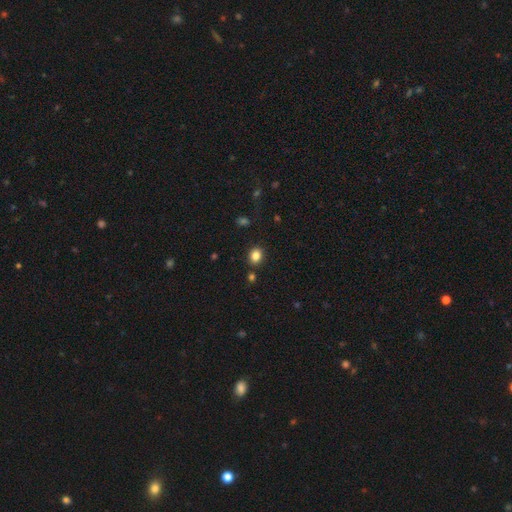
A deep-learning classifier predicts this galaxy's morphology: Smooth or featured? Predicted: smooth (p=0.84). How rounded? Predicted: round (p=0.59). Merging? Predicted: none (p=0.86).